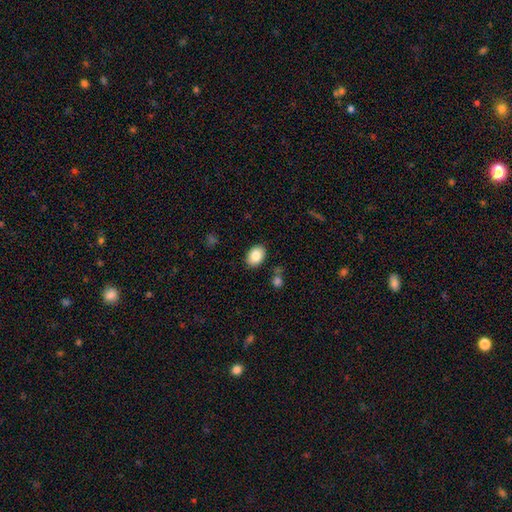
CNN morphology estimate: smooth-or-featured: smooth: 84% | featured or disk: 8% | star or artifact: 8%
  how-rounded: in between: 76% | round: 23% | cigar-shaped: 1%
  merging: none: 85% | minor disturbance: 10% | major disturbance: 3% | merger: 2%